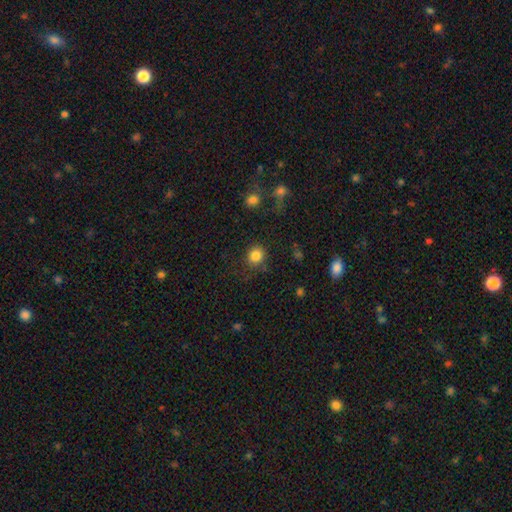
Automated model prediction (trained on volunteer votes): Smooth or featured?
  - smooth: 84% *
  - star or artifact: 11%
  - featured or disk: 5%
How rounded?
  - round: 87% *
  - in between: 12%
  - cigar-shaped: 1%
Merging?
  - none: 82% *
  - minor disturbance: 11%
  - major disturbance: 5%
  - merger: 3%